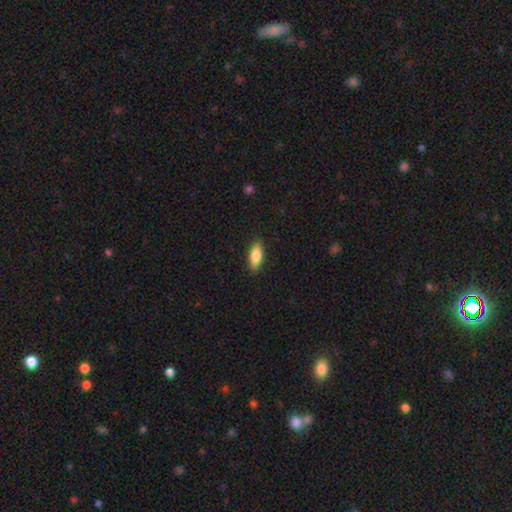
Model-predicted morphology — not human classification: Smooth or featured: smooth — 83% (featured or disk — 11%)
How rounded: in between — 79% (cigar-shaped — 18%)
Merging: none — 89% (minor disturbance — 8%)